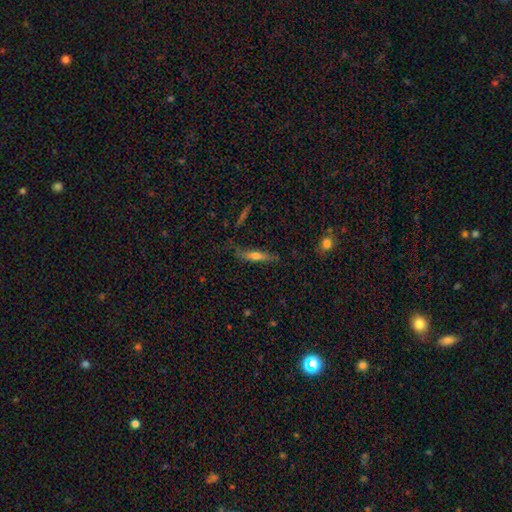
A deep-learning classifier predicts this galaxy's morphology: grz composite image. It shows a smooth galaxy with no disk features (56%) that is cigar-shaped (77%). Merging: none (71%).